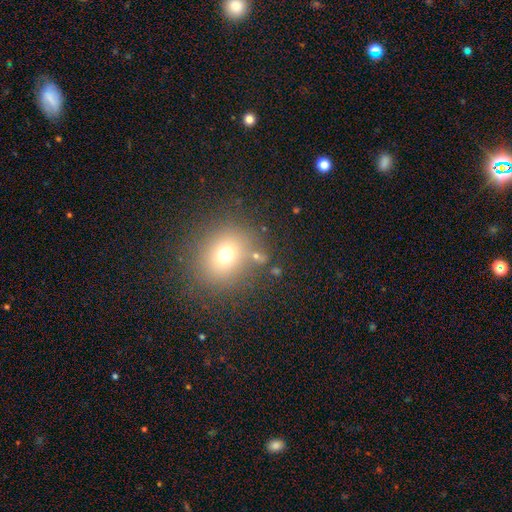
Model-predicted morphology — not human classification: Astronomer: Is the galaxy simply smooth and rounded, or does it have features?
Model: smooth — 68%.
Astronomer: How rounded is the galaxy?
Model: round — 76%.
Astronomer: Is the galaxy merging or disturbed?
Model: none — 76%.